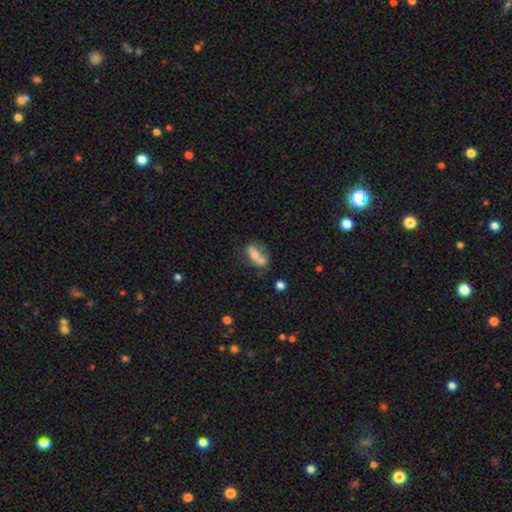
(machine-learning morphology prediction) Overall: smooth (60%; featured or disk 32%). How rounded: in between (78%). Merging: none (38%; merger 29%).